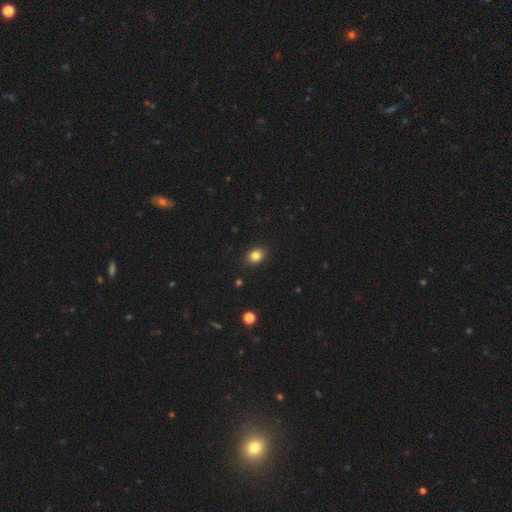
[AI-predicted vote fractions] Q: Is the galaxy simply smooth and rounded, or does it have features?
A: smooth — 84%.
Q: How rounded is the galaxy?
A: round — 51%.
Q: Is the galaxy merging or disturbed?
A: none — 90%.